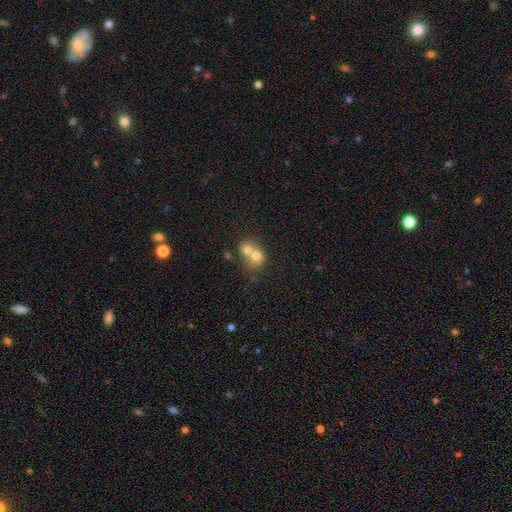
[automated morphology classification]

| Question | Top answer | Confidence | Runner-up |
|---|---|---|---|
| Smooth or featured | smooth | 70% | featured or disk (20%) |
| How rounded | round | 69% | in between (30%) |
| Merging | merger | 70% | none (22%) |